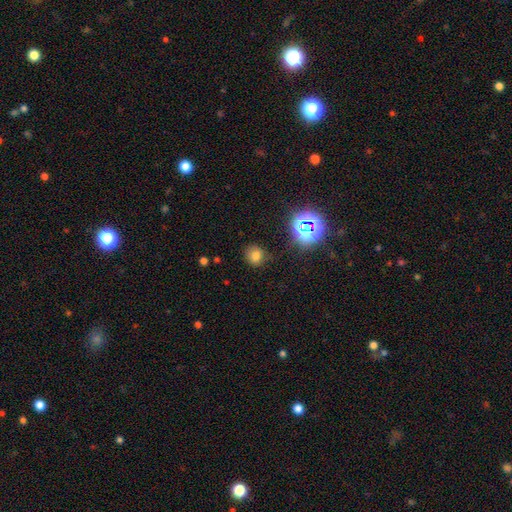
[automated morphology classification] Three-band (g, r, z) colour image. It shows a smooth galaxy with no disk features (72%) that is round (74%). Merging: none (76%).